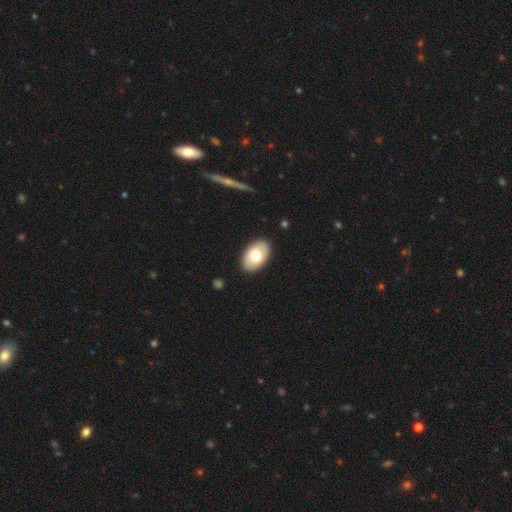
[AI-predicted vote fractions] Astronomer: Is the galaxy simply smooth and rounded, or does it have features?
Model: smooth — 71%.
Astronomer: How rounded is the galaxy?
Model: in between — 90%.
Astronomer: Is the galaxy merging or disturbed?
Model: none — 89%.